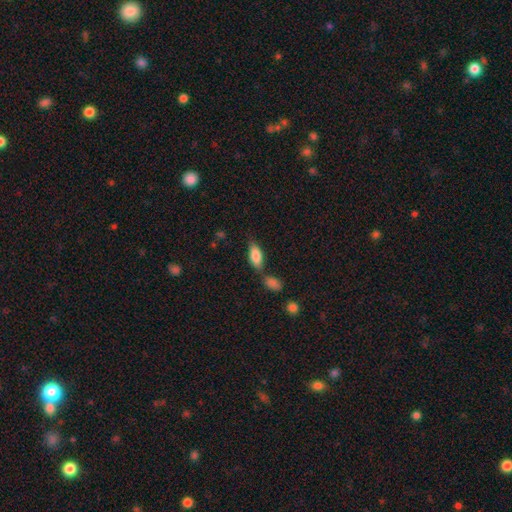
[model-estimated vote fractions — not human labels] Smooth or featured? smooth (81%)
How rounded? in between (82%)
Merging? none (59%)